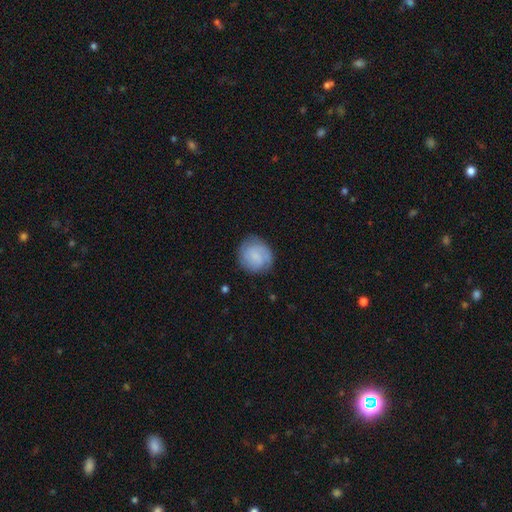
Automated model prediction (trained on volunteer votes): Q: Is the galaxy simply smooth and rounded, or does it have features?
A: featured or disk — 47%.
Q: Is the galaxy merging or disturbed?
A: none — 81%.